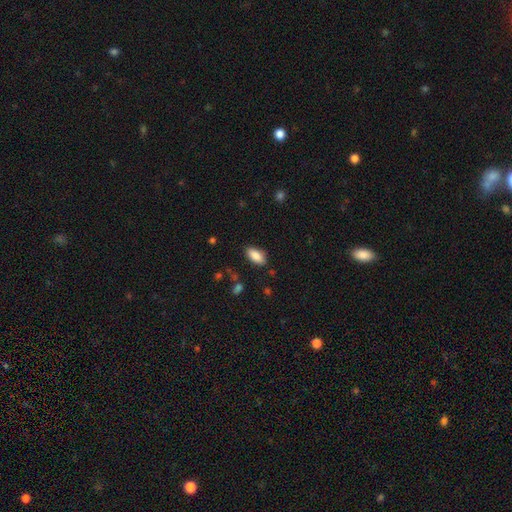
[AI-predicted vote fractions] The model was most divided on "merging": none: 84%, minor disturbance: 12%, major disturbance: 3%, merger: 2%. More confident: how rounded — in between (89%); smooth or featured — smooth (86%).